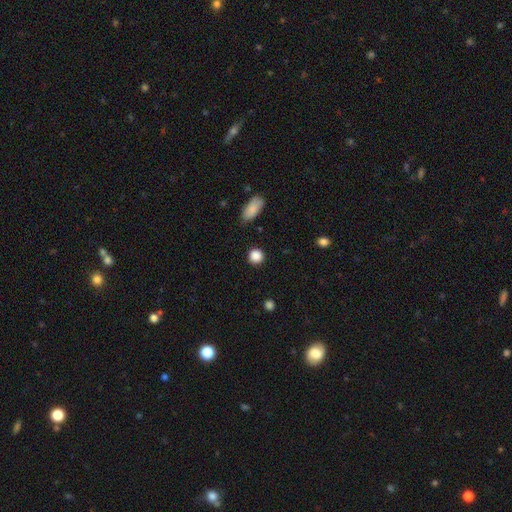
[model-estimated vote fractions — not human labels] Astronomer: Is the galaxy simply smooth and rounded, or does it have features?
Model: smooth — 87%.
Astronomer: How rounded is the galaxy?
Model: round — 90%.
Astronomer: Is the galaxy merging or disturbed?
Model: none — 88%.